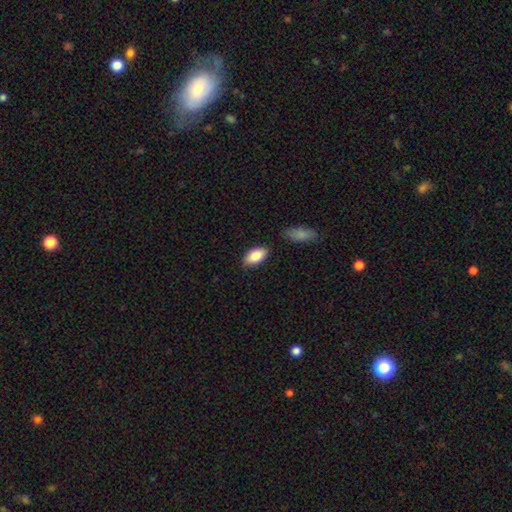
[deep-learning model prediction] Q: Smooth or featured?
A: smooth (86%); runner-up: featured or disk (8%)
Q: How rounded?
A: in between (93%); runner-up: round (4%)
Q: Merging?
A: none (83%); runner-up: minor disturbance (12%)